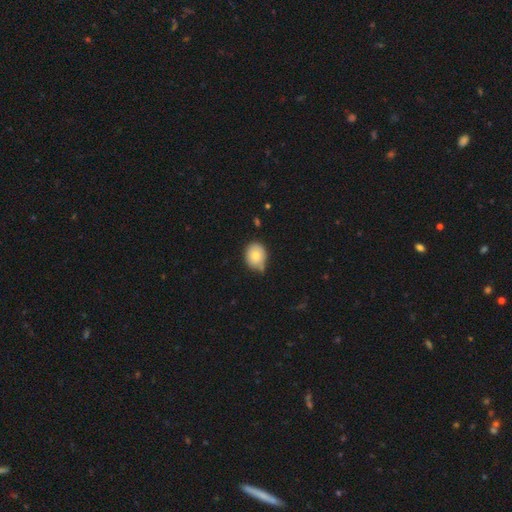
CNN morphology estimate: Smooth or featured? smooth (78%)
How rounded? round (57%)
Merging? none (56%)